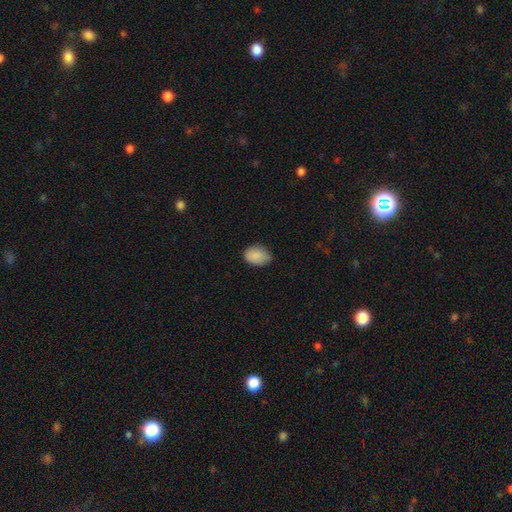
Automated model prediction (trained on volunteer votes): Smooth or featured? Predicted: smooth (p=0.88). How rounded? Predicted: in between (p=0.82). Merging? Predicted: none (p=0.71).